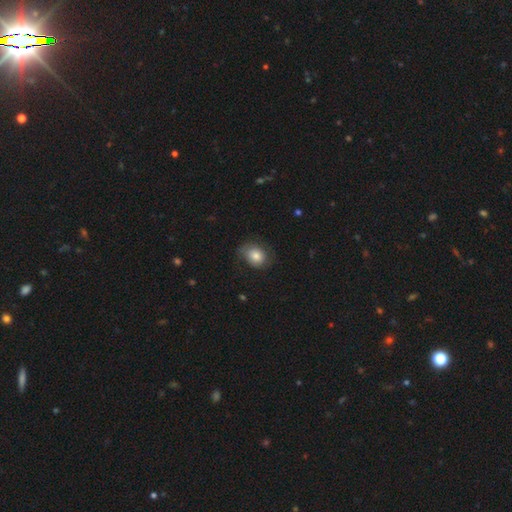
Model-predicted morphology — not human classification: smooth_or_featured: smooth (p=0.77) [alt: featured or disk p=0.16]
how_rounded: in between (p=0.51) [alt: round p=0.49]
merging: none (p=0.60) [alt: minor disturbance p=0.26]